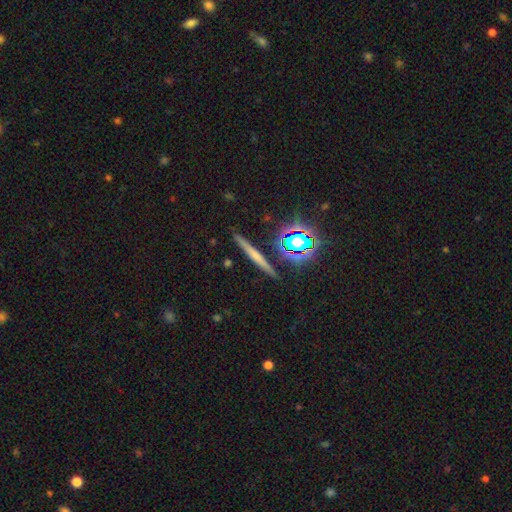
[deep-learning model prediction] Morphology: type=smooth (44%); merging=none (88%).